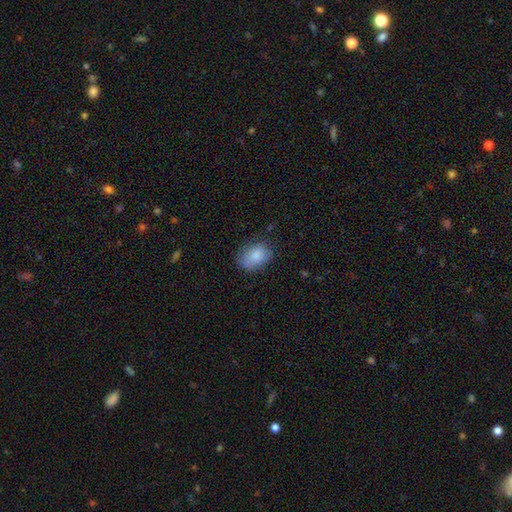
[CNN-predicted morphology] type=smooth (84%); roundness=in between (77%); merging=none (72%).